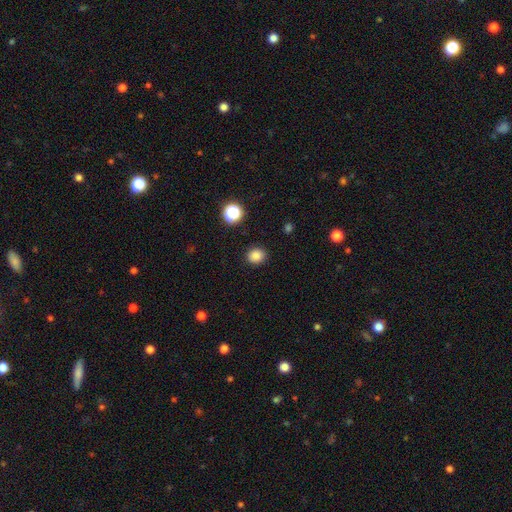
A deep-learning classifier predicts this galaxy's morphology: type=smooth (84%); roundness=round (78%); merging=none (90%).